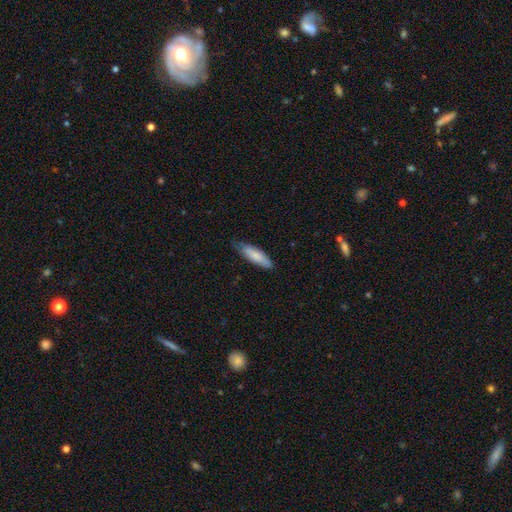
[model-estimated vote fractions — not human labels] Q: Smooth or featured?
A: smooth (79%); runner-up: featured or disk (16%)
Q: How rounded?
A: cigar-shaped (53%); runner-up: in between (45%)
Q: Merging?
A: none (66%); runner-up: minor disturbance (29%)